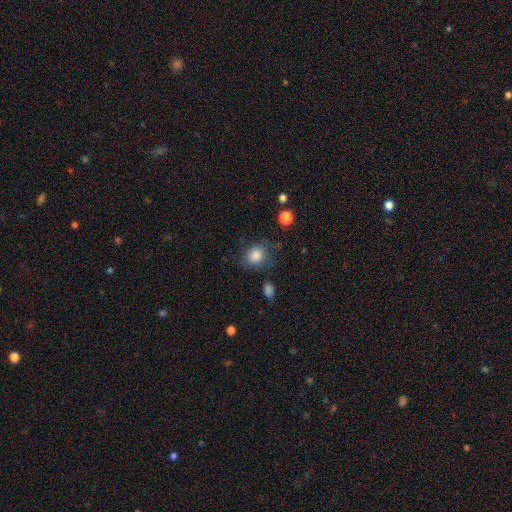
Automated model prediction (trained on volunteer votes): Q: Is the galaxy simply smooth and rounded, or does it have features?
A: smooth — 84%.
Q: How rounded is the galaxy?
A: round — 61%.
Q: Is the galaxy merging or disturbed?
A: none — 67%.